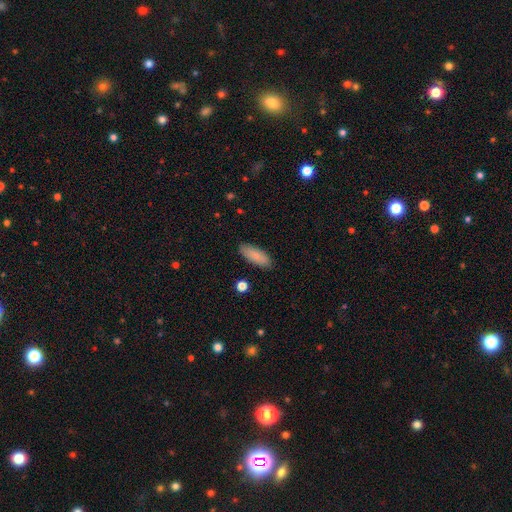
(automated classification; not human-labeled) This is clearly a smooth galaxy (85%). How rounded: likely in between (74%). Merging: clearly none (88%).